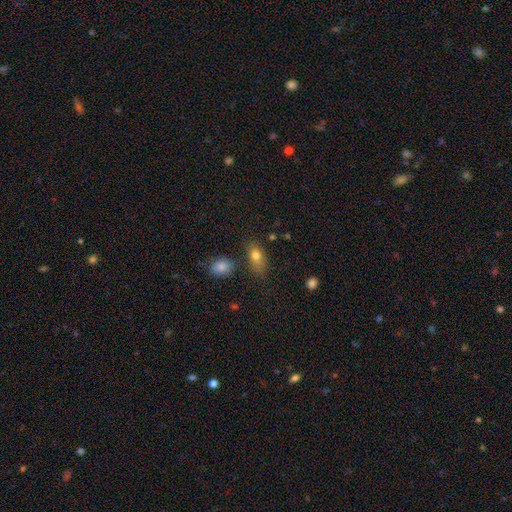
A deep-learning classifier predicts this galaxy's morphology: Smooth or featured?
  - smooth: 79% *
  - featured or disk: 11%
  - star or artifact: 10%
How rounded?
  - in between: 81% *
  - round: 15%
  - cigar-shaped: 4%
Merging?
  - none: 62% *
  - minor disturbance: 21%
  - merger: 10%
  - major disturbance: 7%